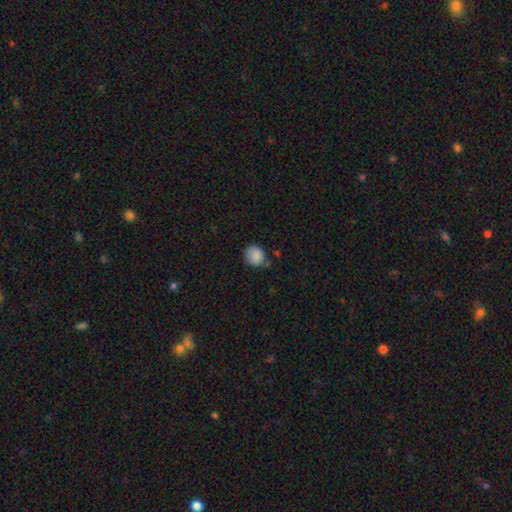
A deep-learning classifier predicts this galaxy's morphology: Overall: smooth (87%). How rounded: round (77%). Merging: none (68%).